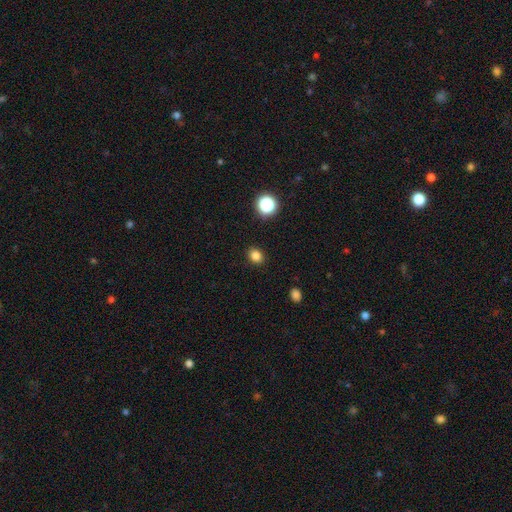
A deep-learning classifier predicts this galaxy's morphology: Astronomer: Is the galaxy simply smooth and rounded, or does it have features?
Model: smooth — 82%.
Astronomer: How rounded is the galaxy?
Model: round — 58% (runner-up: in between, 41%).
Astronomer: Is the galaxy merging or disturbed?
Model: none — 90%.